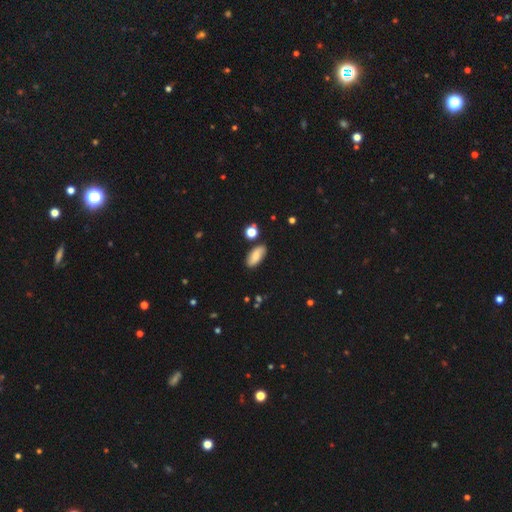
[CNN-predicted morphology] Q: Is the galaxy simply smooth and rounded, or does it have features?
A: smooth — 73%.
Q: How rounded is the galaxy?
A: in between — 87%.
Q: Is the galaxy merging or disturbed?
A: none — 81%.